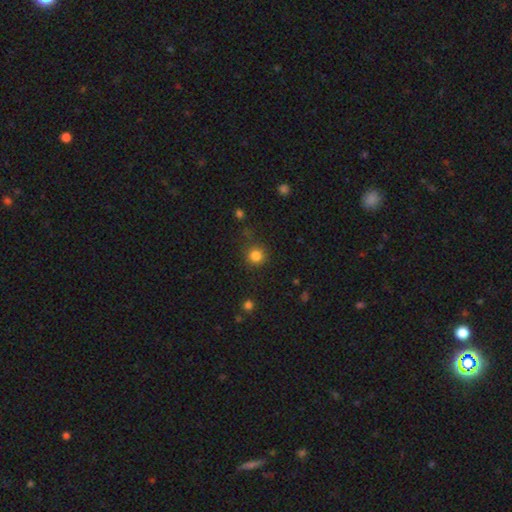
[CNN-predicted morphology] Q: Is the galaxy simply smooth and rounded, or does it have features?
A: smooth — 82%.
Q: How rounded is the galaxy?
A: round — 92%.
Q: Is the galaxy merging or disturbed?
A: none — 81%.